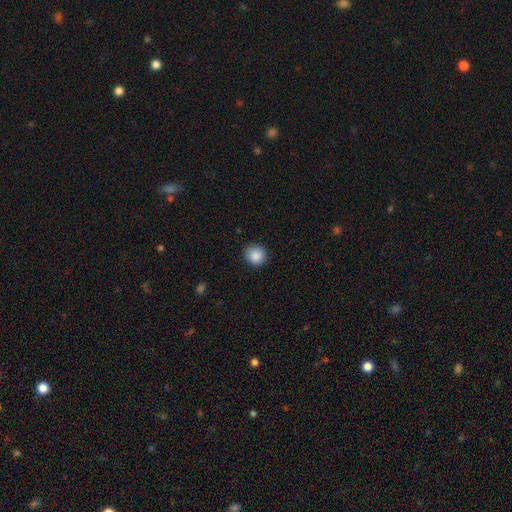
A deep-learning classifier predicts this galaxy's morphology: Q: Smooth or featured?
A: smooth (88%); runner-up: star or artifact (9%)
Q: How rounded?
A: round (88%); runner-up: in between (11%)
Q: Merging?
A: none (88%); runner-up: minor disturbance (9%)